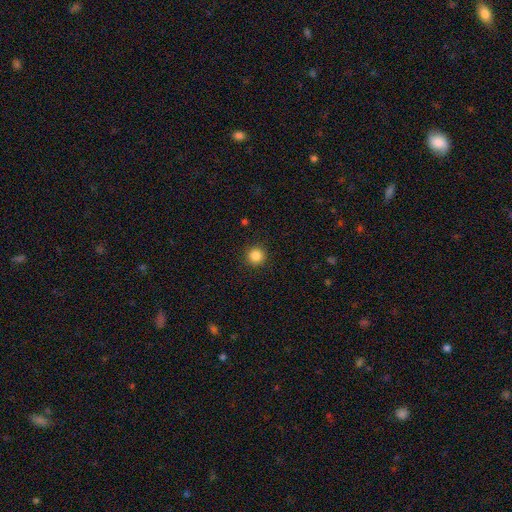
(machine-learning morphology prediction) Overall: smooth (85%). How rounded: round (95%). Merging: none (92%).